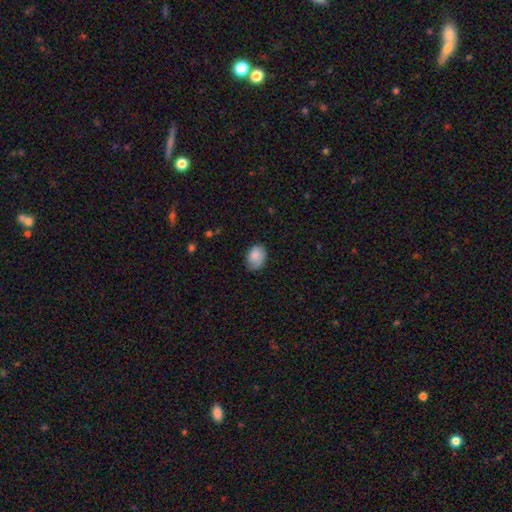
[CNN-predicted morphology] Smooth or featured: smooth — 84% (featured or disk — 9%)
How rounded: in between — 76% (round — 23%)
Merging: none — 67% (minor disturbance — 26%)